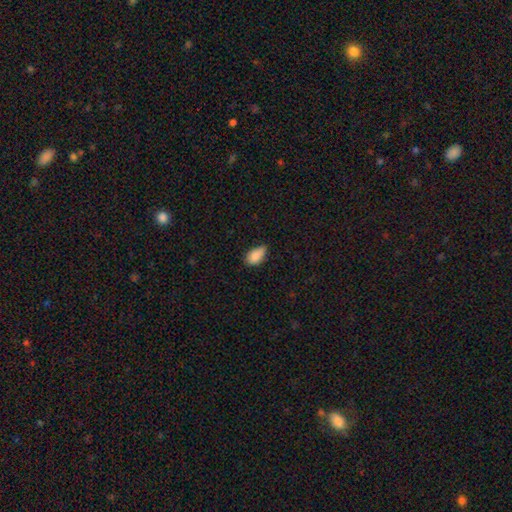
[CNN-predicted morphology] A smooth galaxy with no disk features (87%) that is in between round and cigar-shaped (92%).

Vote fractions:
- Smooth or featured? smooth: 87% / star or artifact: 8% / featured or disk: 5%
- How rounded? in between: 92% / round: 6% / cigar-shaped: 3%
- Merging? none: 54% / minor disturbance: 39% / major disturbance: 5% / merger: 2%